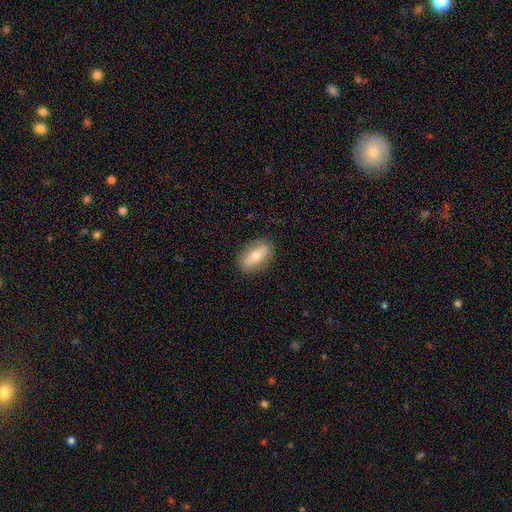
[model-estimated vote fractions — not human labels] smooth 55%, featured or disk 37%, star or artifact 7%. Down the decision tree: how rounded — in between (82%); merging — none (85%).